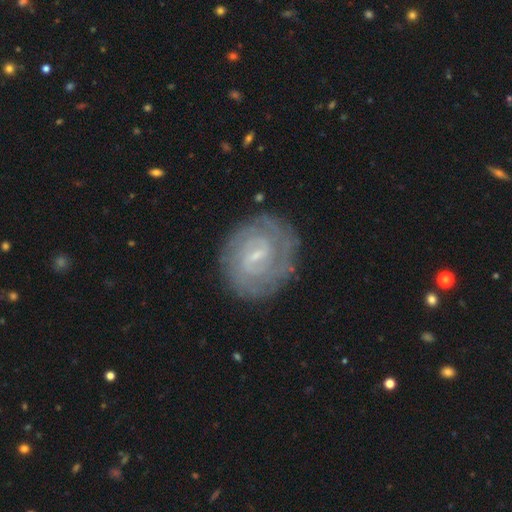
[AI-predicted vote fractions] Smooth or featured?
  - featured or disk: 82% *
  - smooth: 12%
  - star or artifact: 6%
Edge-on disk?
  - no: 97% *
  - yes: 3%
Bar?
  - weak: 59% *
  - strong: 25%
  - no: 17%
Spiral arms?
  - yes: 94% *
  - no: 6%
Spiral winding?
  - tight: 69% *
  - medium: 25%
  - loose: 6%
Spiral arm count?
  - 2: 49% *
  - can't tell: 28%
  - 3: 10%
  - 4: 5%
  - 1: 4%
  - more than 4: 4%
Bulge size?
  - small: 74% *
  - moderate: 15%
  - none: 9%
  - large: 1%
  - dominant: 1%
Merging?
  - none: 81% *
  - minor disturbance: 13%
  - major disturbance: 5%
  - merger: 1%